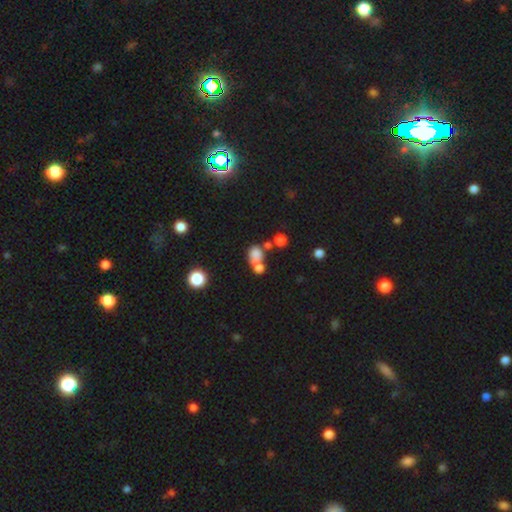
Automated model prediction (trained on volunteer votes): Smooth or featured?
  - smooth: 69% *
  - featured or disk: 17%
  - star or artifact: 15%
How rounded?
  - round: 56% *
  - in between: 43%
  - cigar-shaped: 2%
Merging?
  - merger: 54% *
  - none: 28%
  - minor disturbance: 10%
  - major disturbance: 8%